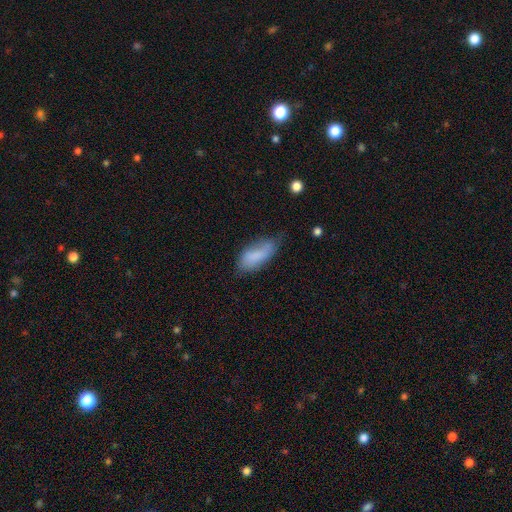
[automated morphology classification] Smooth or featured?
  - smooth: 77% *
  - featured or disk: 16%
  - star or artifact: 7%
How rounded?
  - in between: 85% *
  - cigar-shaped: 13%
  - round: 2%
Merging?
  - none: 43% *
  - minor disturbance: 40%
  - major disturbance: 14%
  - merger: 3%